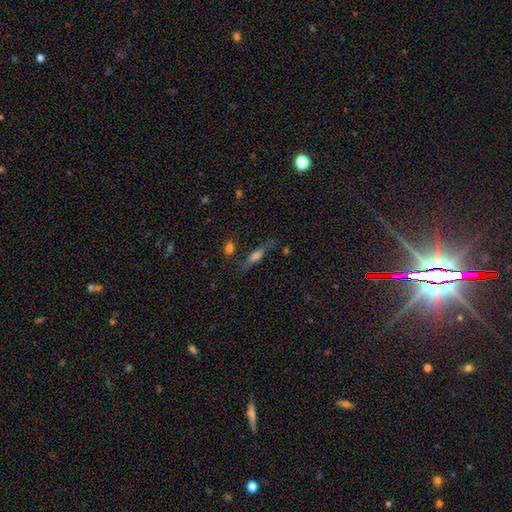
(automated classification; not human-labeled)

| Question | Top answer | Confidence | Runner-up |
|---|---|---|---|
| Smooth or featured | smooth | 45% | featured or disk (41%) |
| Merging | none | 69% | minor disturbance (17%) |